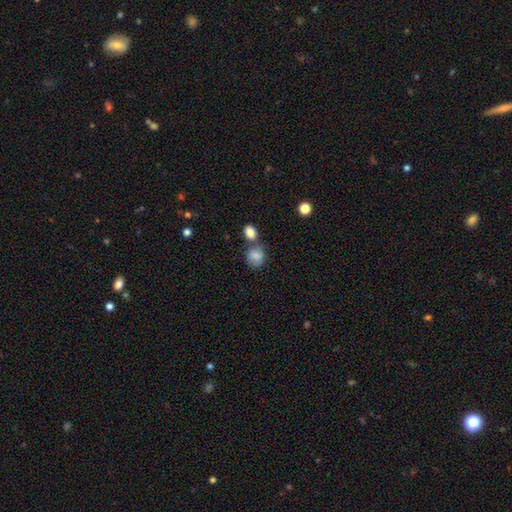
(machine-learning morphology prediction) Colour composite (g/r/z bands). It shows a smooth galaxy with no disk features (83%) that is round (57%). Merging: none (50%).